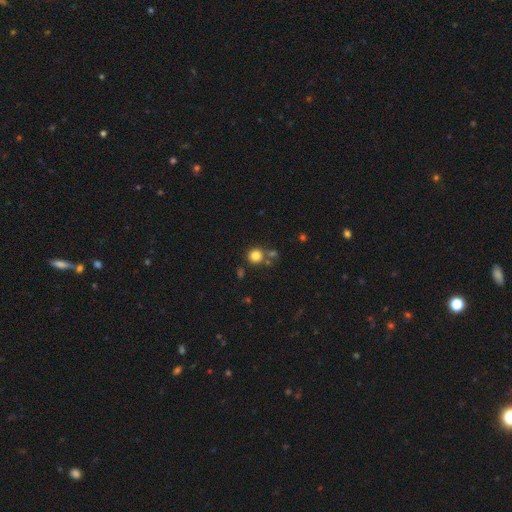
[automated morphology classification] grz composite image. It shows a smooth galaxy with no disk features (82%) that is round (92%). Merging: none (72%).